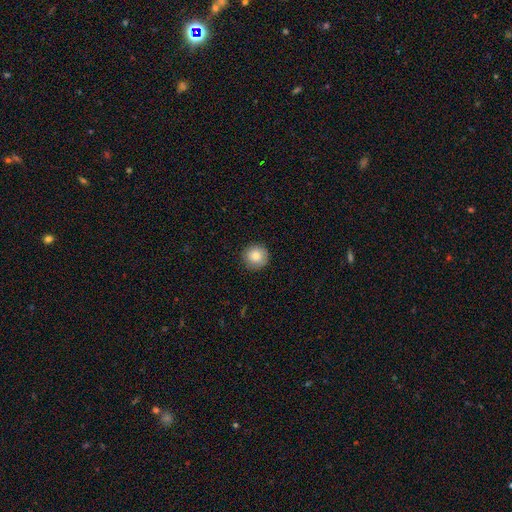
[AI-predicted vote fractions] smooth 81%, featured or disk 10%, star or artifact 9%. Down the decision tree: how rounded — round (95%); merging — none (90%).